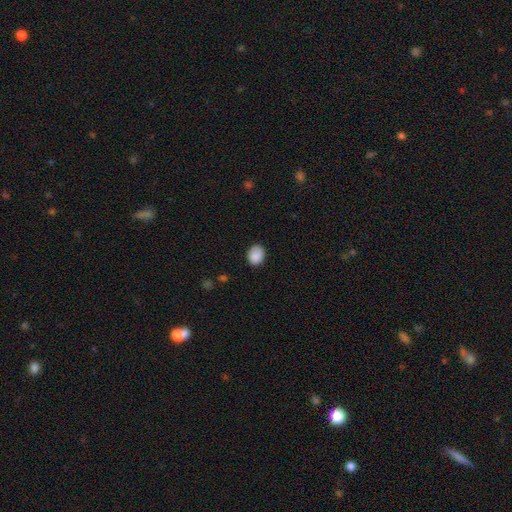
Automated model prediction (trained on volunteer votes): A smooth galaxy with no disk features (88%) that is in between round and cigar-shaped (50%).

Vote fractions:
- Smooth or featured? smooth: 88% / star or artifact: 8% / featured or disk: 4%
- How rounded? in between: 50% / round: 49% / cigar-shaped: 1%
- Merging? none: 80% / minor disturbance: 16% / major disturbance: 3% / merger: 1%